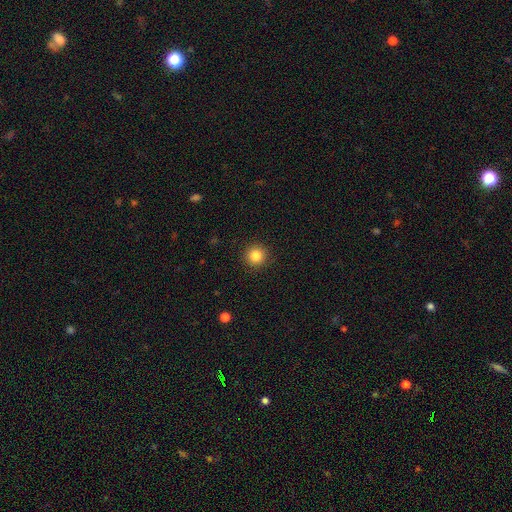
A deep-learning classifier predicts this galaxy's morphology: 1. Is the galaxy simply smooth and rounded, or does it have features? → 84% smooth, 11% star or artifact, 5% featured or disk.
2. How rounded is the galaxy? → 95% round, 4% in between, 1% cigar-shaped.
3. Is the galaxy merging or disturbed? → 92% none, 5% minor disturbance, 2% major disturbance, 1% merger.